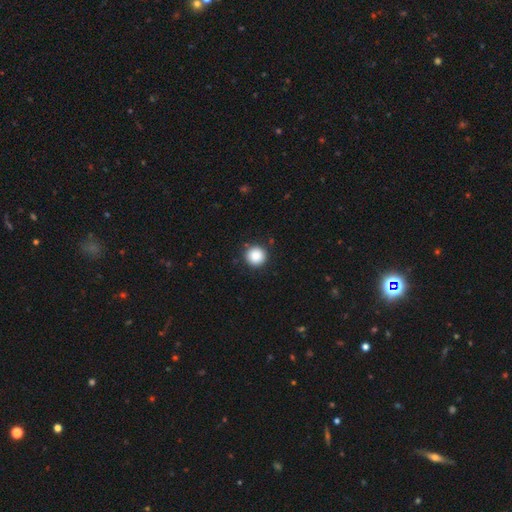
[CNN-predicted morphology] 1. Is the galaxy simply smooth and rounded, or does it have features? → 88% smooth, 9% star or artifact, 3% featured or disk.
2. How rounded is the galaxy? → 95% round, 4% in between, 1% cigar-shaped.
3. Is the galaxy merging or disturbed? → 90% none, 6% minor disturbance, 2% major disturbance, 1% merger.